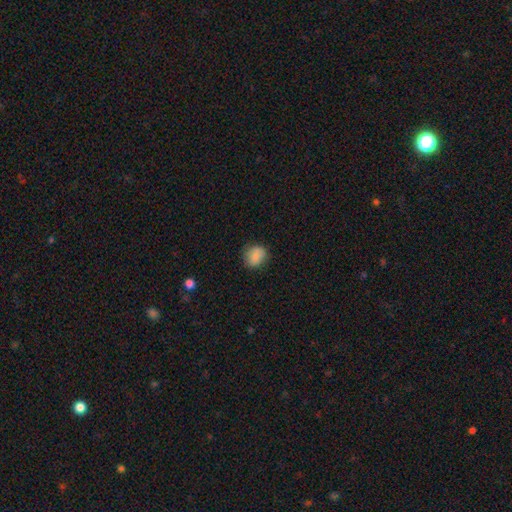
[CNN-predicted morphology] smooth 82%, featured or disk 9%, star or artifact 8%. Down the decision tree: how rounded — round (74%); merging — none (79%).